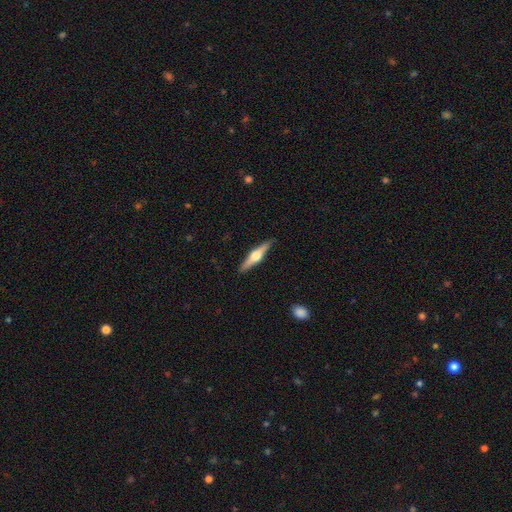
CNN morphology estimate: Overall: featured or disk (69%). Edge-on disk: yes (98%). Edge-on bulge: rounded (95%). Merging: none (90%).